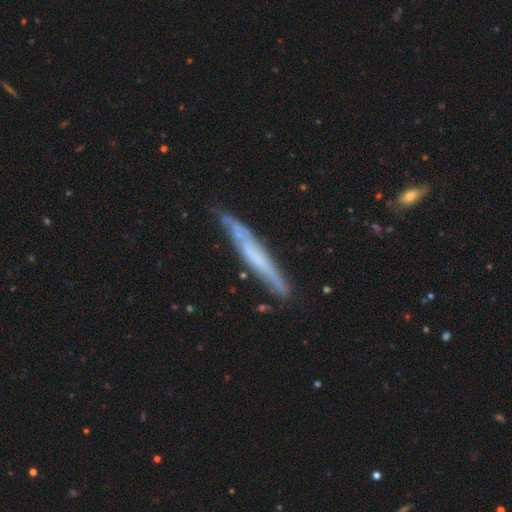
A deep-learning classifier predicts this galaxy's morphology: featured or disk 58%, smooth 35%, star or artifact 7%. Down the decision tree: edge-on disk — yes (85%); merging — none (72%).